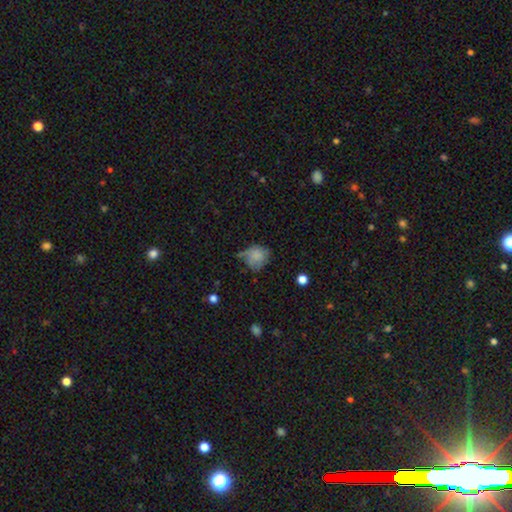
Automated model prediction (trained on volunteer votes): smooth_or_featured: smooth (p=0.76) [alt: featured or disk p=0.13]
how_rounded: round (p=0.70) [alt: in between p=0.29]
merging: none (p=0.40) [alt: minor disturbance p=0.38]